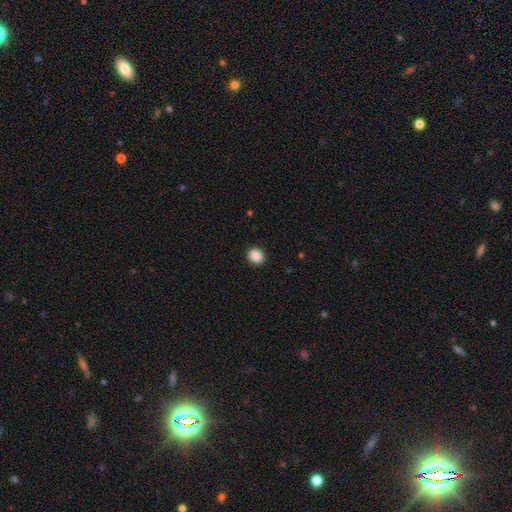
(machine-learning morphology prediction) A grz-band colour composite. It shows a smooth galaxy with no disk features (89%) that is round (70%). Merging: none (91%).